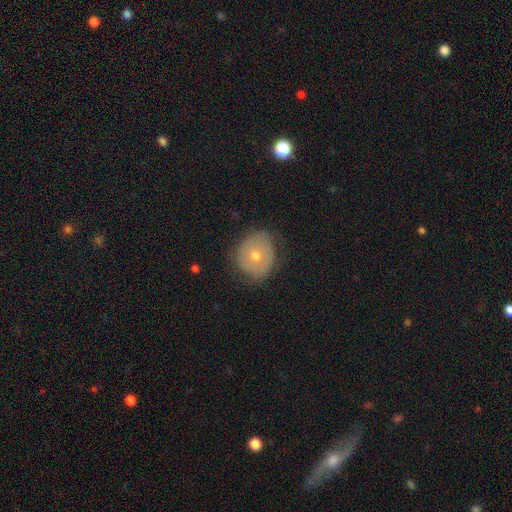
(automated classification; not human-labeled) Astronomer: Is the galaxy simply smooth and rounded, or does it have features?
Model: smooth — 46% (runner-up: featured or disk, 44%).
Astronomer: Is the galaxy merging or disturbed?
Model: none — 73%.